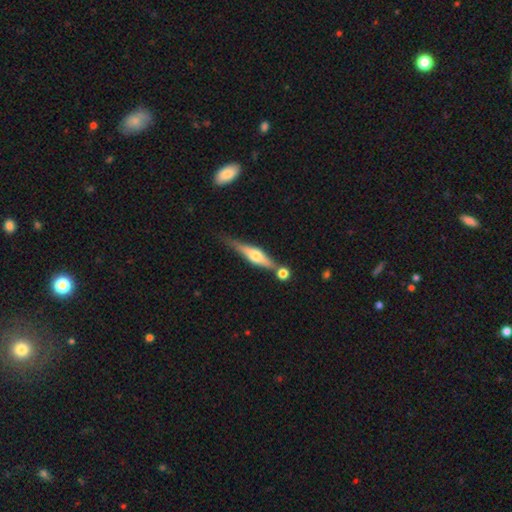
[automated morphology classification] smooth-or-featured: featured or disk: 65% | smooth: 29% | star or artifact: 6%
  disk-edge-on: yes: 95% | no: 5%
    edge-on-bulge: rounded: 88% | boxy: 9% | none: 3%
  merging: none: 65% | merger: 16% | minor disturbance: 15% | major disturbance: 4%